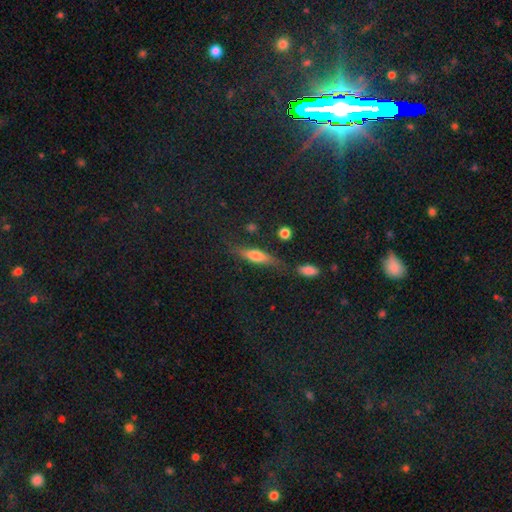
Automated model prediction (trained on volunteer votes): smooth_or_featured: smooth (p=0.58) [alt: featured or disk p=0.32]
how_rounded: cigar-shaped (p=0.61) [alt: in between p=0.35]
merging: none (p=0.68) [alt: minor disturbance p=0.19]